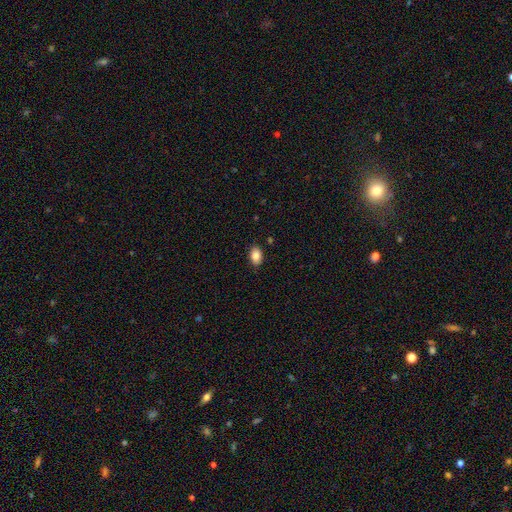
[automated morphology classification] type=smooth (87%); roundness=in between (88%); merging=none (87%).